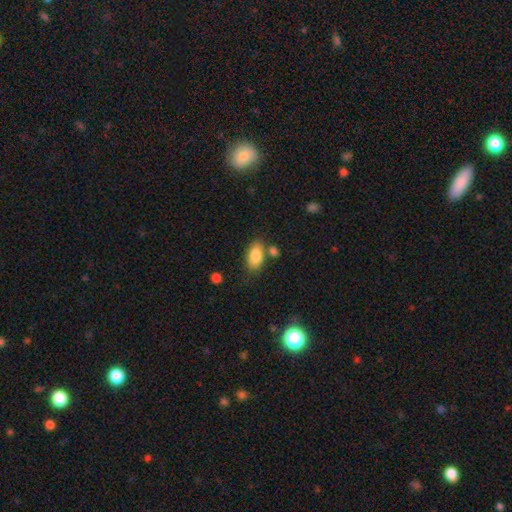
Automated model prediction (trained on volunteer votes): Smooth or featured? Predicted: smooth (p=0.83). How rounded? Predicted: in between (p=0.91). Merging? Predicted: none (p=0.69).